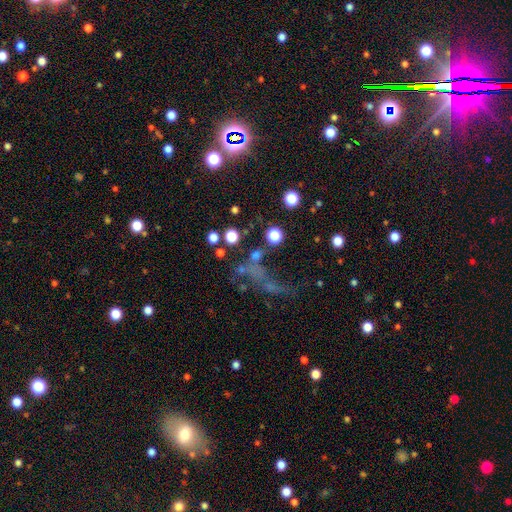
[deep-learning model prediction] A smooth galaxy with no disk features (44%). Merging: none (49%).